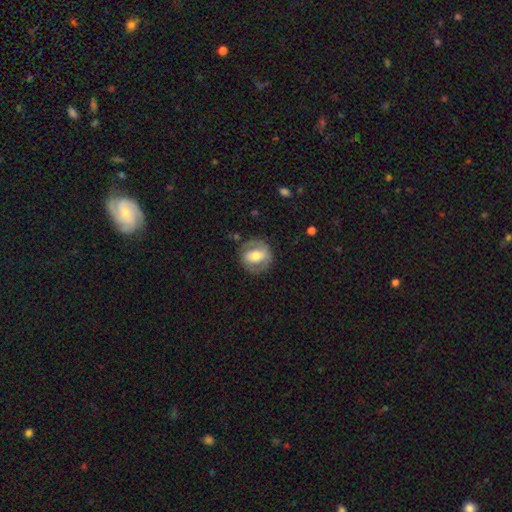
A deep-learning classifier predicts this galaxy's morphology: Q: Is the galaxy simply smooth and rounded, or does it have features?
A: featured or disk — 50%.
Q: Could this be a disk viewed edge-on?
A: no — 93%.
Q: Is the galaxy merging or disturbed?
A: none — 77%.